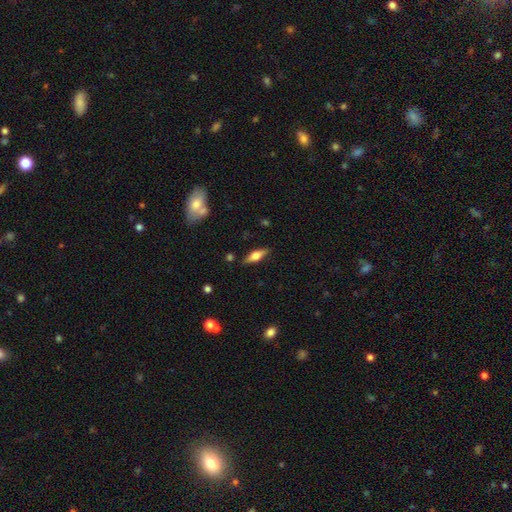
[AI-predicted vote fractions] A featured or disk galaxy (54%) viewed edge-on (93%) with a rounded central bulge (90%). Merging: none (86%).